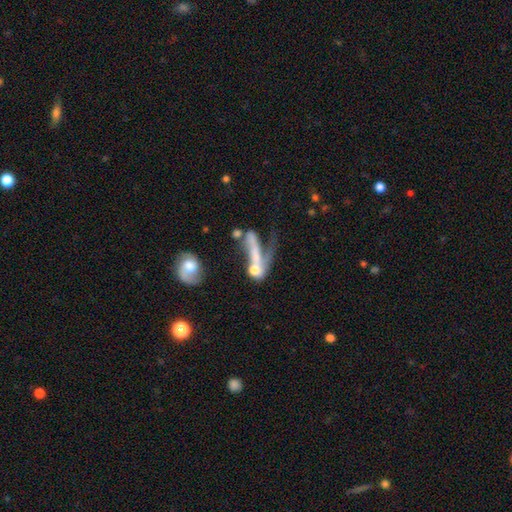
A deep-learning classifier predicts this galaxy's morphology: Smooth or featured: featured or disk — 49% (smooth — 39%)
Merging: merger — 37% (major disturbance — 35%)